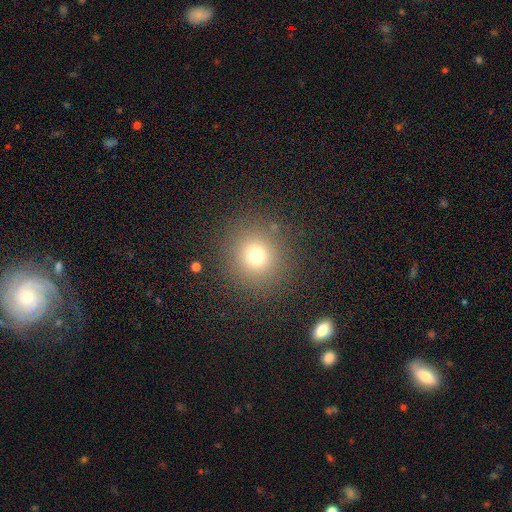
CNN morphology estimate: Q: Smooth or featured?
A: smooth (72%); runner-up: star or artifact (19%)
Q: How rounded?
A: round (93%); runner-up: in between (6%)
Q: Merging?
A: none (88%); runner-up: minor disturbance (7%)